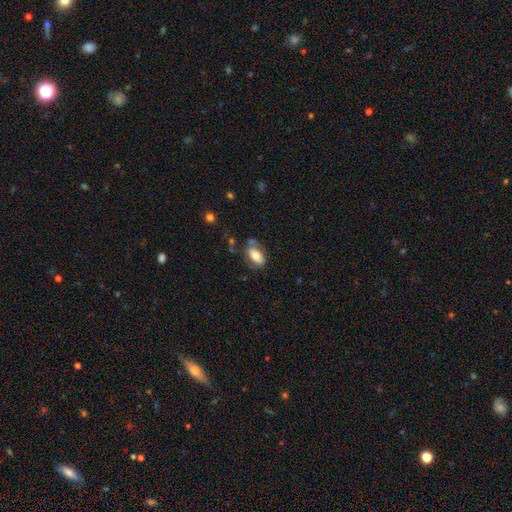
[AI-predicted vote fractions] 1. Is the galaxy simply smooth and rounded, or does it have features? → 67% smooth, 26% featured or disk, 7% star or artifact.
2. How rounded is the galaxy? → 90% in between, 6% round, 4% cigar-shaped.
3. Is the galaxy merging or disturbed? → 61% none, 20% minor disturbance, 12% merger, 8% major disturbance.